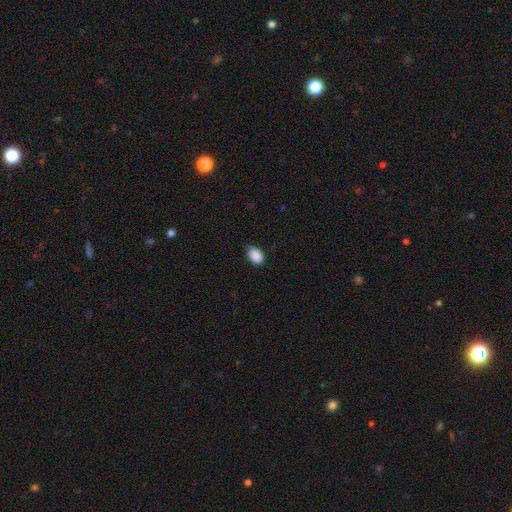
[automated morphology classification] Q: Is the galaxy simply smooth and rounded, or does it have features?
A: smooth — 90%.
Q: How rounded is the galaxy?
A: in between — 84%.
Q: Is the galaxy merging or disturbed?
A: none — 77%.